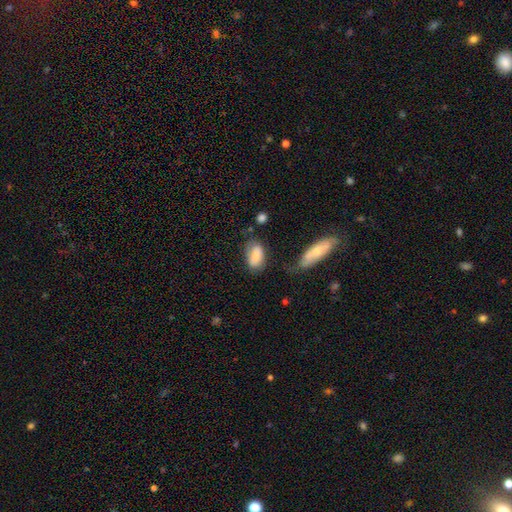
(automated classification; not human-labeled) Smooth or featured: smooth — 81% (featured or disk — 12%)
How rounded: in between — 91% (round — 5%)
Merging: none — 54% (minor disturbance — 29%)